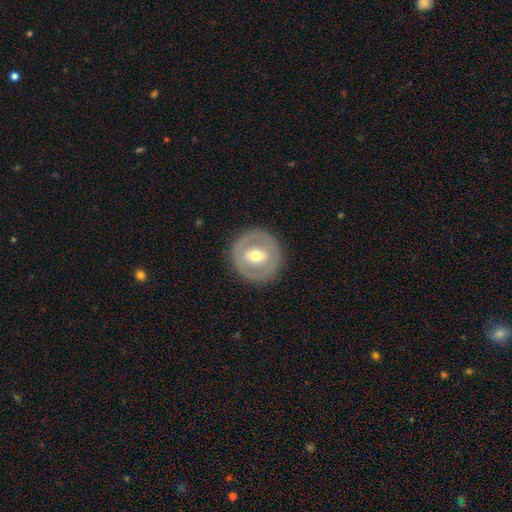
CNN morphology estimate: smooth_or_featured: featured or disk (p=0.57) [alt: smooth p=0.38]
disk_edge_on: no (p=0.94) [alt: yes p=0.06]
bar: no (p=0.39) [tied with: weak p=0.39]
has_spiral_arms: no (p=0.78) [alt: yes p=0.22]
bulge_size: moderate (p=0.69) [alt: small p=0.24]
merging: none (p=0.87) [alt: minor disturbance p=0.09]